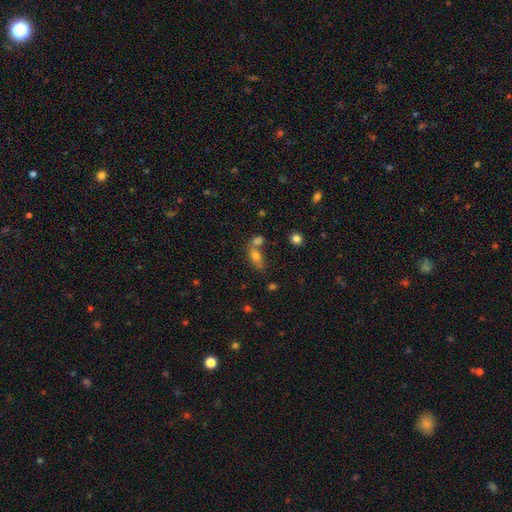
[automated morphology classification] Overall: smooth (70%). How rounded: in between (75%). Merging: none (41%, tied with merger).